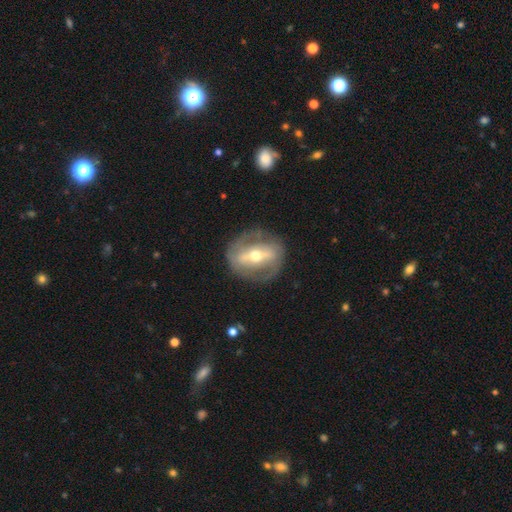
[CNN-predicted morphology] Smooth or featured? featured or disk (76%)
Edge-on disk? no (86%)
Bar? strong (67%)
Spiral arms? yes (56%)
Bulge size? moderate (64%)
Merging? none (78%)